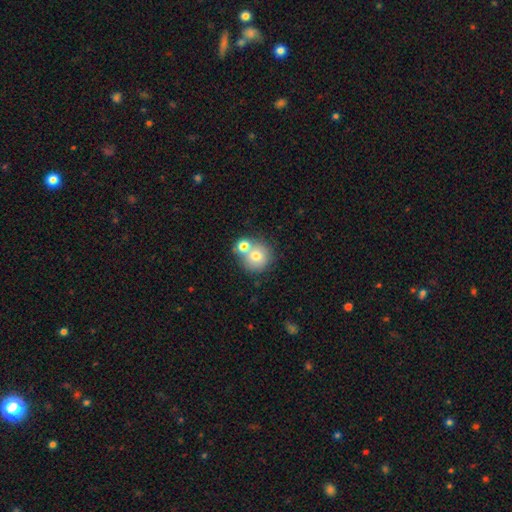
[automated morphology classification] This is likely a smooth galaxy (73%). How rounded: clearly round (89%). Merging: possibly none (50%).